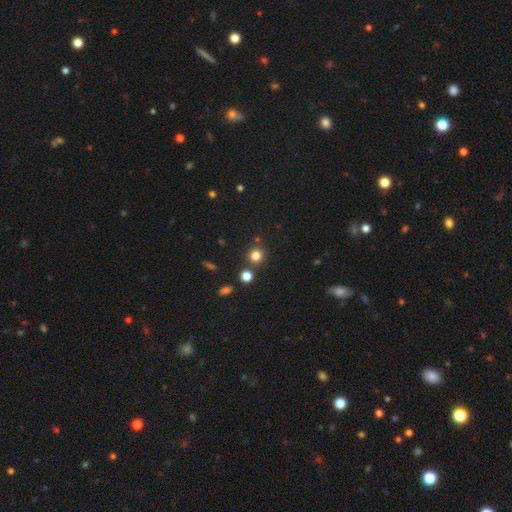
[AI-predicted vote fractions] This is likely a smooth galaxy (80%). How rounded: clearly round (91%). Merging: clearly none (80%).